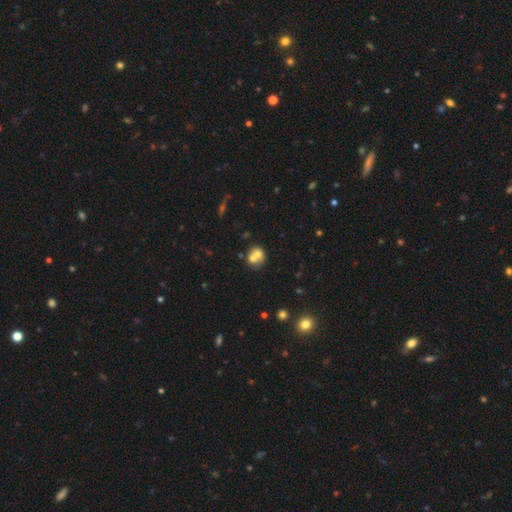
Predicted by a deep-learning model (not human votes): This is likely a smooth galaxy (62%). How rounded: likely round (69%). Merging: likely merger (62%).